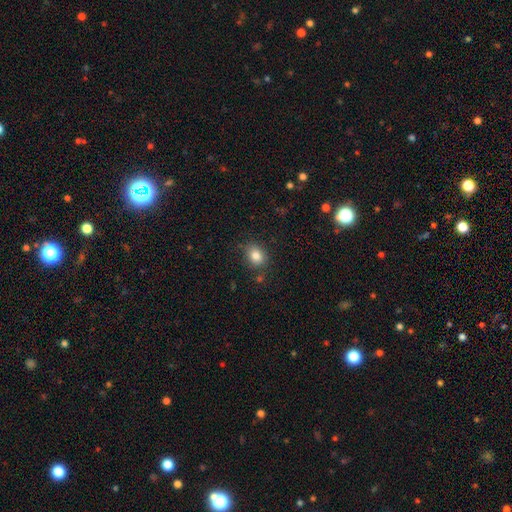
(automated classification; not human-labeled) Smooth or featured? Predicted: smooth (p=0.82). How rounded? Predicted: round (p=0.50). Merging? Predicted: none (p=0.80).